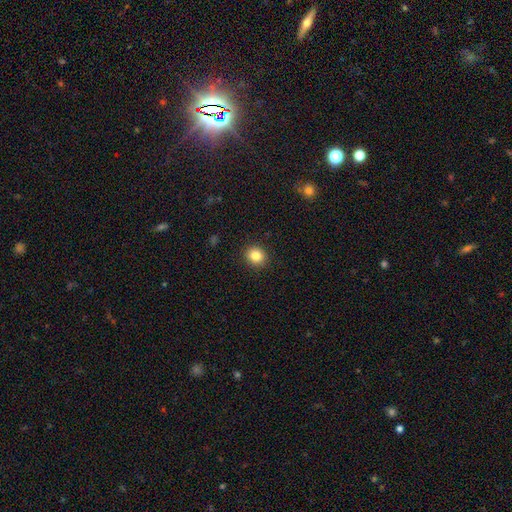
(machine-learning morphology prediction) A smooth galaxy with no disk features (84%) that is round (85%). Merging: none (92%).